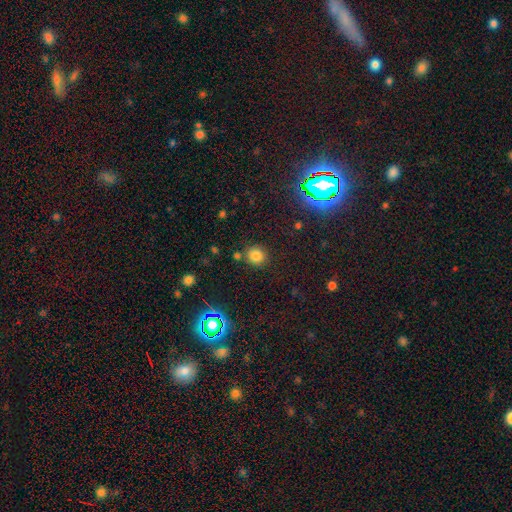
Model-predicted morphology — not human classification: smooth-or-featured: smooth: 79% | star or artifact: 15% | featured or disk: 6%
  how-rounded: round: 89% | in between: 10% | cigar-shaped: 1%
  merging: none: 82% | minor disturbance: 9% | merger: 6% | major disturbance: 3%